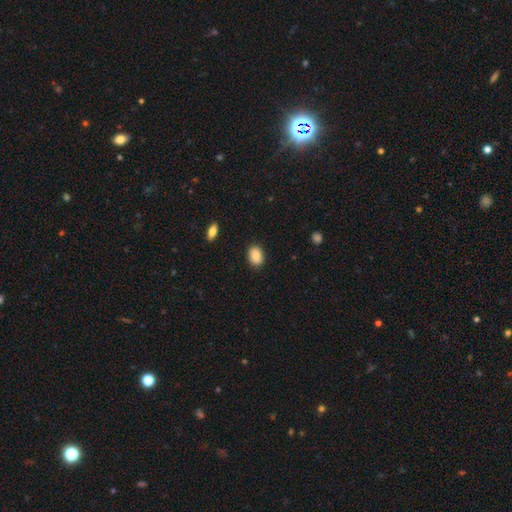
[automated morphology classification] type=smooth (86%); roundness=in between (80%); merging=none (88%).